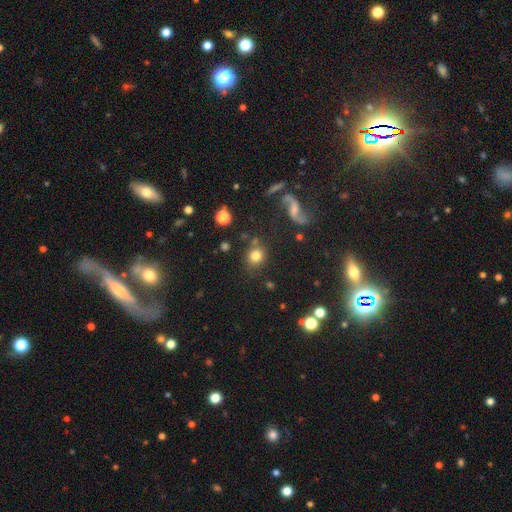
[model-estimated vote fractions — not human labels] Smooth or featured?
  - smooth: 75% *
  - star or artifact: 12%
  - featured or disk: 12%
How rounded?
  - round: 79% *
  - in between: 19%
  - cigar-shaped: 1%
Merging?
  - none: 74% *
  - minor disturbance: 13%
  - merger: 8%
  - major disturbance: 5%